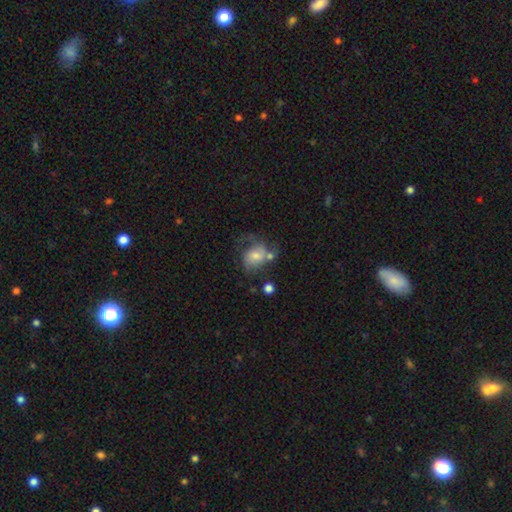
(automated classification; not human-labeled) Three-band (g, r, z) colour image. It shows a featured or disk galaxy (51%). Merging: none (37%).